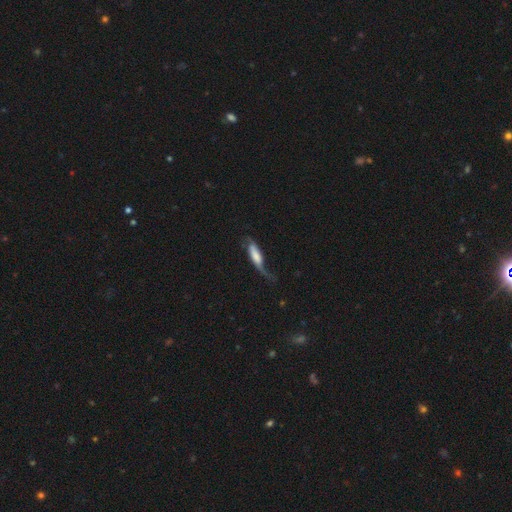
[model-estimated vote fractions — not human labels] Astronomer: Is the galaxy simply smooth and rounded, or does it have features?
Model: smooth — 53% (runner-up: featured or disk, 40%).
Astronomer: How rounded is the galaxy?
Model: cigar-shaped — 50% (runner-up: in between, 47%).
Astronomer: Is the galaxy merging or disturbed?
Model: major disturbance — 37% (runner-up: none, 31%).